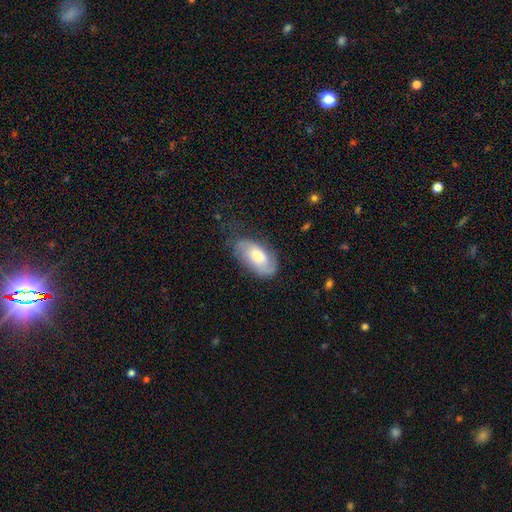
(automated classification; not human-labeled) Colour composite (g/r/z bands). It shows a featured or disk galaxy (49%). Merging: none (61%).